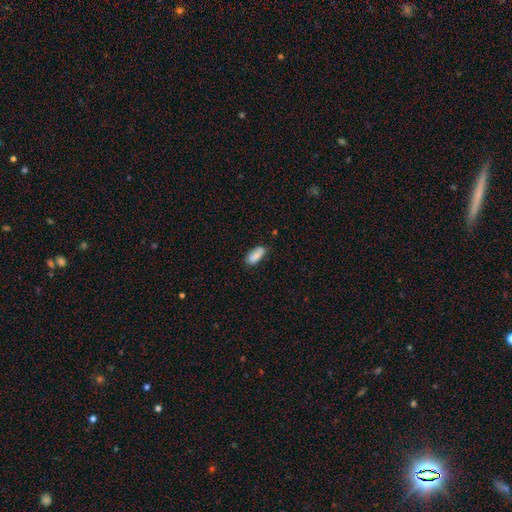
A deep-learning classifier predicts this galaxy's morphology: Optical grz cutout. It shows a smooth galaxy with no disk features (85%) that is in between round and cigar-shaped (84%). Merging: none (72%).